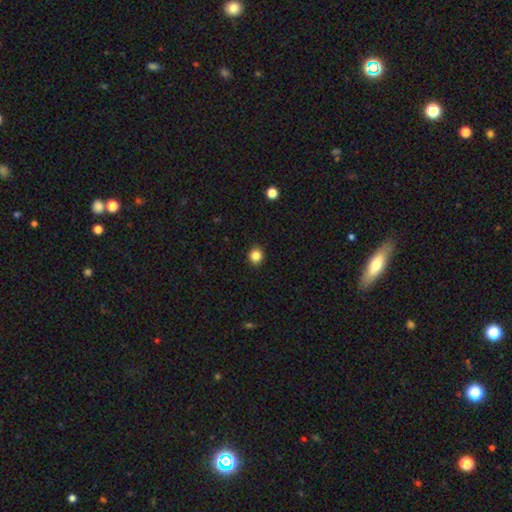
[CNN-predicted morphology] The model was most divided on "how rounded": round: 84%, in between: 15%, cigar-shaped: 1%. More confident: merging — none (91%); smooth or featured — smooth (85%).